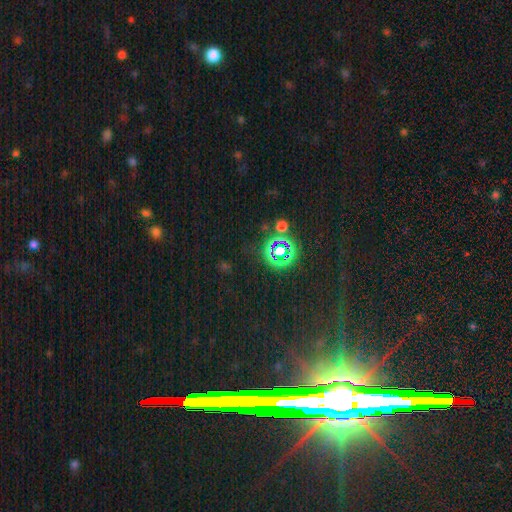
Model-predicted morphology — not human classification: Smooth or featured?
  - star or artifact: 77% *
  - featured or disk: 13%
  - smooth: 10%